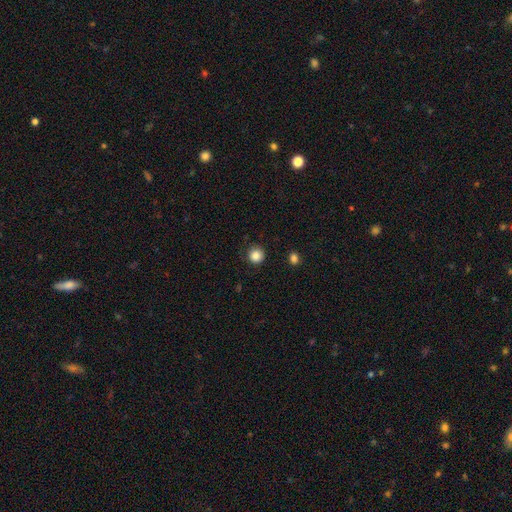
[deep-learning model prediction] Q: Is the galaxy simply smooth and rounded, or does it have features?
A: smooth — 86%.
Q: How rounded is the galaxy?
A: round — 94%.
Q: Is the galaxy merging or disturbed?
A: none — 88%.